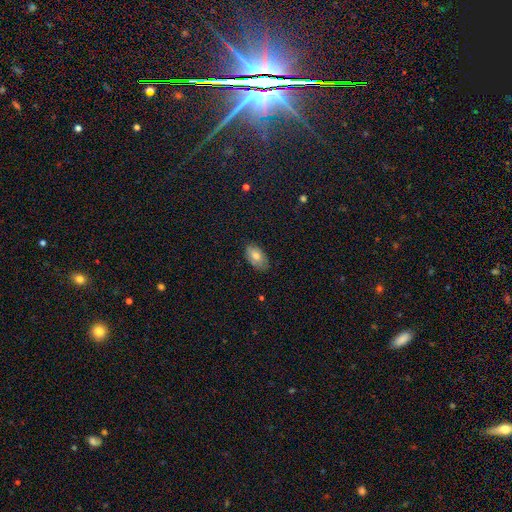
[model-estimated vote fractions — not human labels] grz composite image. It shows a smooth galaxy with no disk features (74%) that is in between round and cigar-shaped (93%). Merging: none (78%).